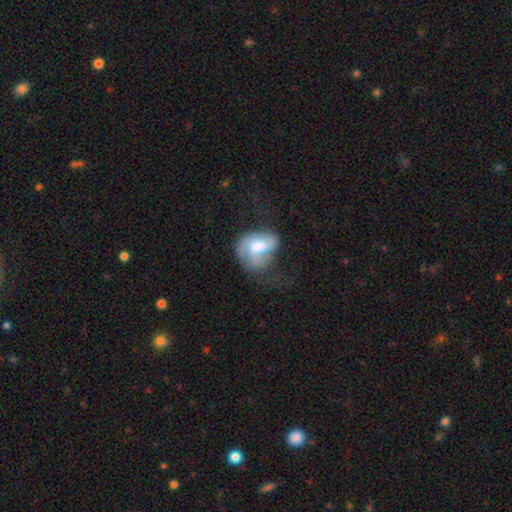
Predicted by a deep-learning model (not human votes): The model was most divided on "smooth or featured": smooth: 49%, featured or disk: 43%, star or artifact: 8%. Remaining: merging — major disturbance (39%).